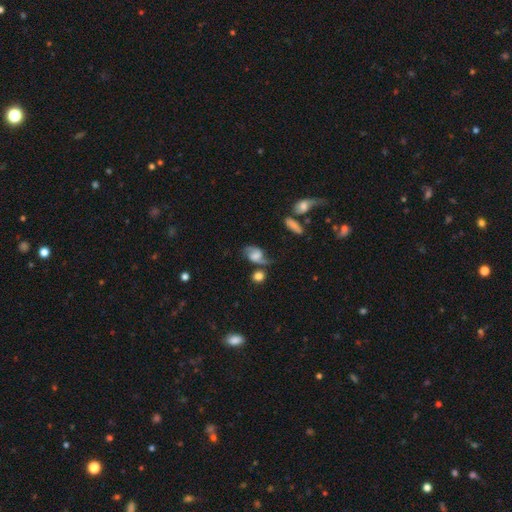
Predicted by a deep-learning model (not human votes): A featured or disk galaxy (69%) with no bar (49%), 2 (88%) loose (52%) spiral arms (92%) and no central bulge (31%).

Vote fractions:
- Smooth or featured? featured or disk: 69% / smooth: 22% / star or artifact: 9%
- Edge-on disk? no: 96% / yes: 4%
- Bar? no: 49% / weak: 40% / strong: 11%
- Spiral arms? yes: 92% / no: 8%
- Spiral winding? loose: 52% / medium: 37% / tight: 11%
- Spiral arm count? 2: 88% / 1: 4% / can't tell: 4% / 3: 1% / 4: 1% / more than 4: 1%
- Bulge size? none: 31% / moderate: 25% / large: 21% / small: 19% / dominant: 4%
- Merging? none: 54% / minor disturbance: 22% / major disturbance: 13% / merger: 11%